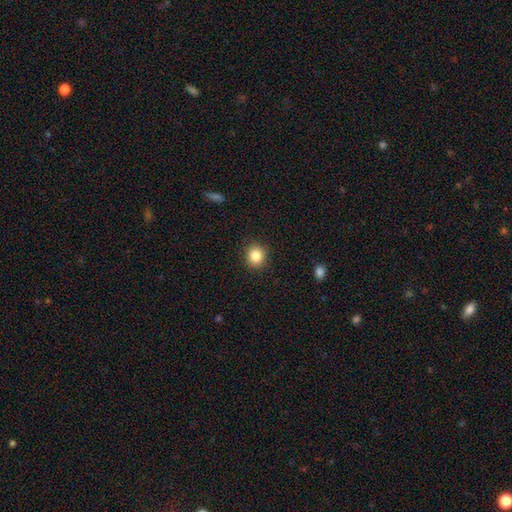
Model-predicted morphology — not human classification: The model was most divided on "how rounded": round: 87%, in between: 12%, cigar-shaped: 1%. More confident: merging — none (91%); smooth or featured — smooth (85%).